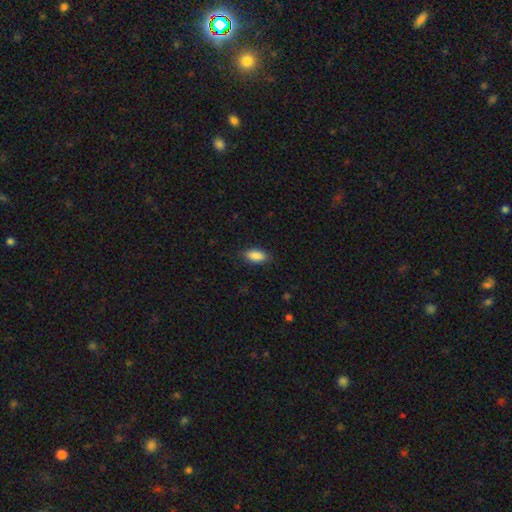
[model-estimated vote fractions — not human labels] smooth_or_featured: smooth (p=0.89) [alt: star or artifact p=0.07]
how_rounded: in between (p=0.90) [alt: cigar-shaped p=0.07]
merging: none (p=0.86) [alt: minor disturbance p=0.10]